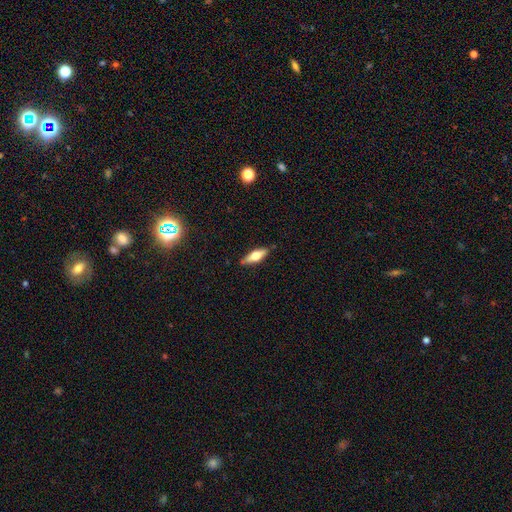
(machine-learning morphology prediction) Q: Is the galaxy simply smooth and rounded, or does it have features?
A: smooth — 51%.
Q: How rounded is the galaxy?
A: in between — 52%.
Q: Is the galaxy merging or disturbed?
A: none — 85%.